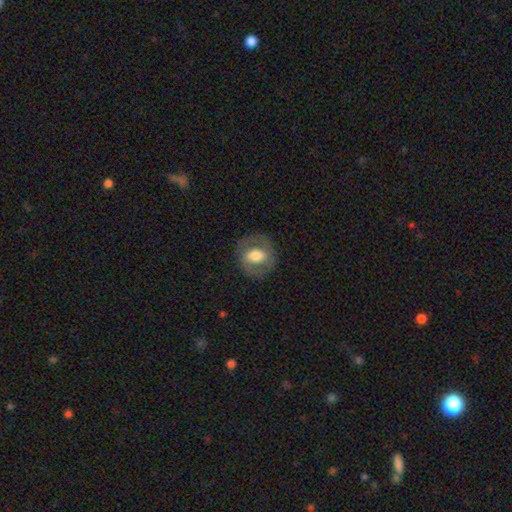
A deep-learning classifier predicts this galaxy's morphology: Smooth or featured?
  - smooth: 49% *
  - featured or disk: 44%
  - star or artifact: 7%
Merging?
  - none: 79% *
  - minor disturbance: 13%
  - major disturbance: 8%
  - merger: 1%